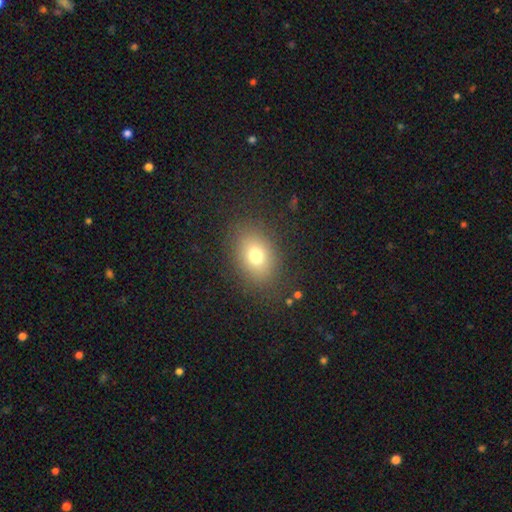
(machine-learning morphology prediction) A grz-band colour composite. It shows a smooth galaxy with no disk features (74%) that is in between round and cigar-shaped (65%). Merging: none (84%).